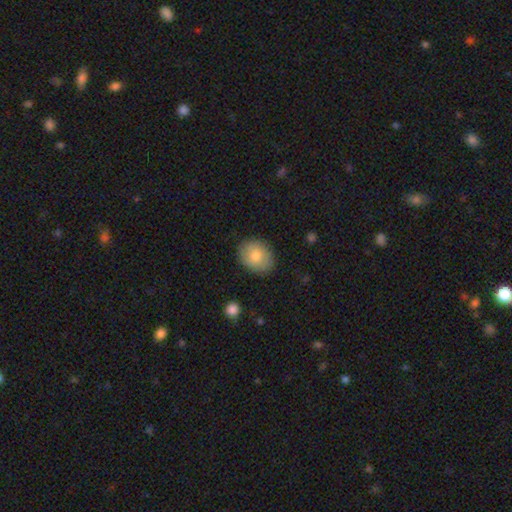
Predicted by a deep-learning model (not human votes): A smooth galaxy with no disk features (79%) that is round (53%). Merging: none (85%).